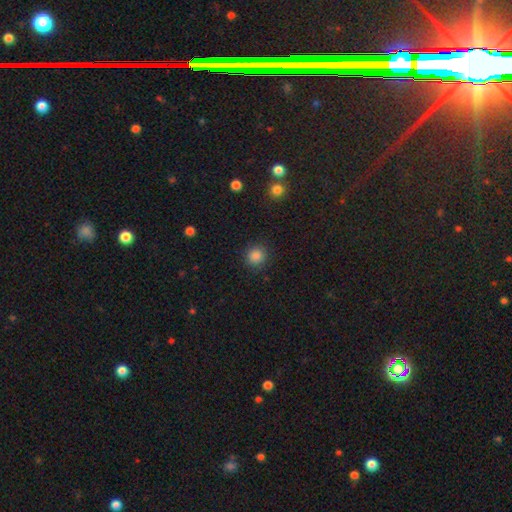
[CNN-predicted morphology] Smooth or featured? smooth (85%)
How rounded? round (91%)
Merging? none (89%)